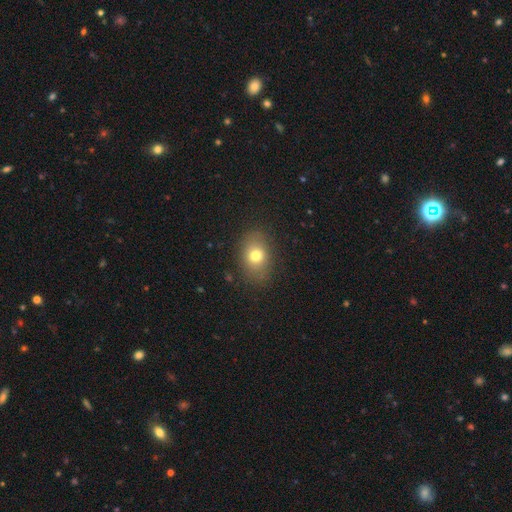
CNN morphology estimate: Smooth or featured: smooth — 75% (featured or disk — 13%)
How rounded: in between — 69% (round — 30%)
Merging: none — 83% (minor disturbance — 12%)